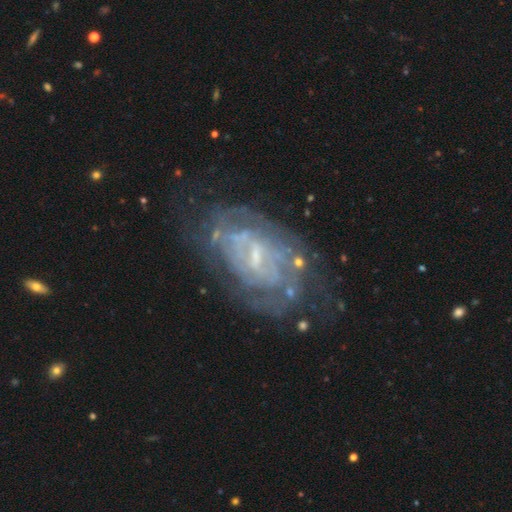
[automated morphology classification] Q: Smooth or featured?
A: featured or disk (81%); runner-up: smooth (11%)
Q: Edge-on disk?
A: no (95%); runner-up: yes (5%)
Q: Bar?
A: weak (52%); runner-up: no (29%)
Q: Spiral arms?
A: yes (79%); runner-up: no (21%)
Q: Spiral winding?
A: tight (57%); runner-up: medium (32%)
Q: Spiral arm count?
A: can't tell (57%); runner-up: 2 (20%)
Q: Bulge size?
A: small (57%); runner-up: moderate (24%)
Q: Merging?
A: none (61%); runner-up: minor disturbance (21%)